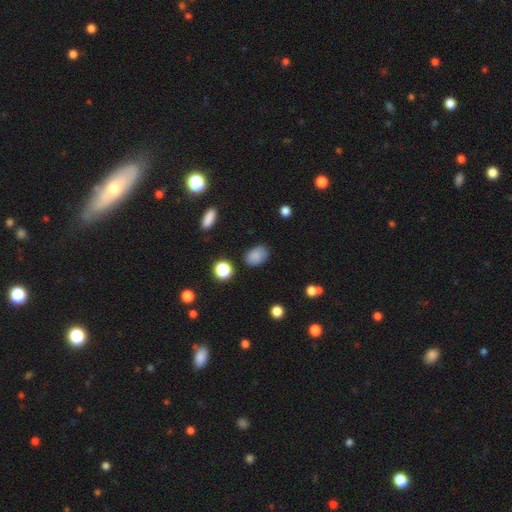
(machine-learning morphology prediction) A smooth galaxy with no disk features (84%) that is in between round and cigar-shaped (79%). Merging: none (80%).